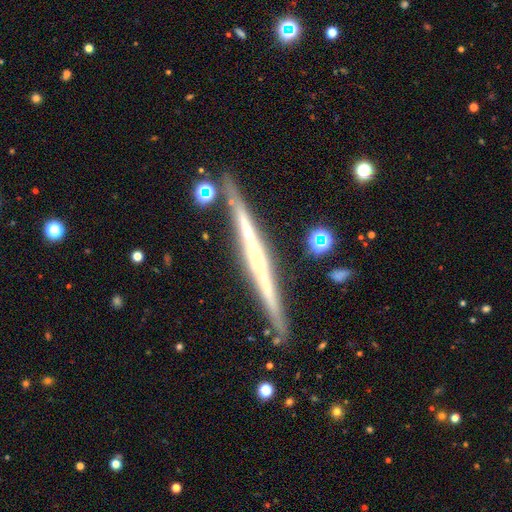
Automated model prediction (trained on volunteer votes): smooth_or_featured: featured or disk (p=0.74) [alt: smooth p=0.20]
disk_edge_on: yes (p=0.98) [alt: no p=0.02]
edge_on_bulge: none (p=0.76) [alt: rounded p=0.15]
merging: none (p=0.86) [alt: minor disturbance p=0.09]